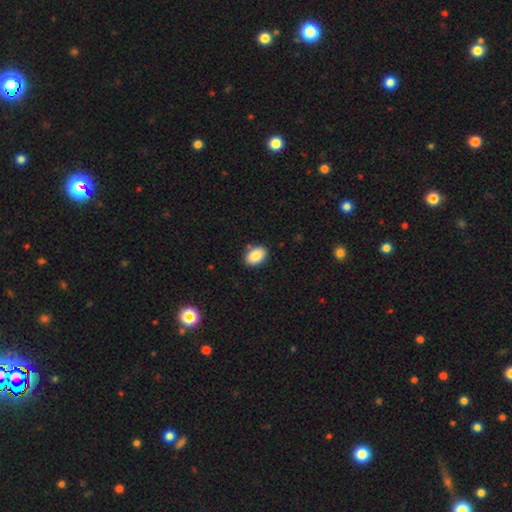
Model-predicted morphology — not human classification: smooth 87%, star or artifact 7%, featured or disk 6%. Down the decision tree: how rounded — in between (86%); merging — none (86%).